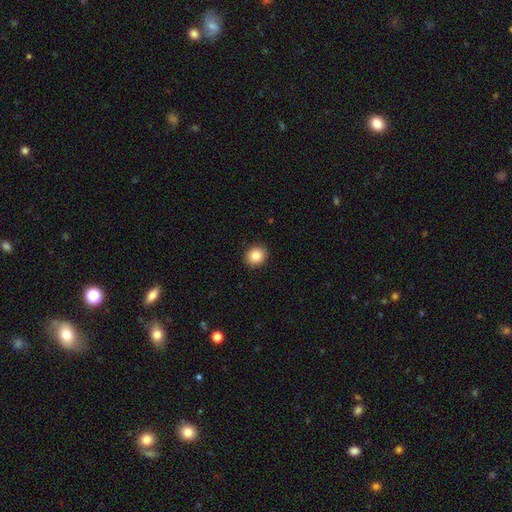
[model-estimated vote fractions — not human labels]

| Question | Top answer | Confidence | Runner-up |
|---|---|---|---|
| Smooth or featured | smooth | 84% | star or artifact (9%) |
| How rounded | round | 74% | in between (25%) |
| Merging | none | 92% | minor disturbance (6%) |